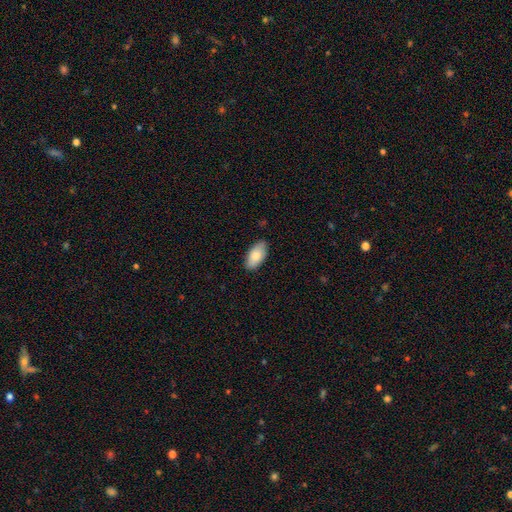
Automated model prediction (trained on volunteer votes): A smooth galaxy with no disk features (80%) that is in between round and cigar-shaped (94%). Merging: none (85%).